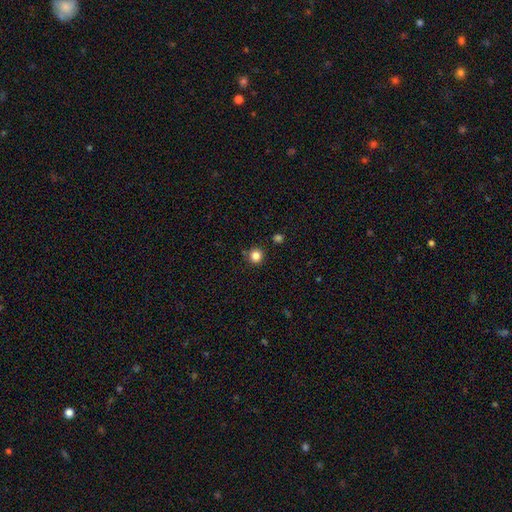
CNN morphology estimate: type=smooth (84%); roundness=round (94%); merging=none (88%).